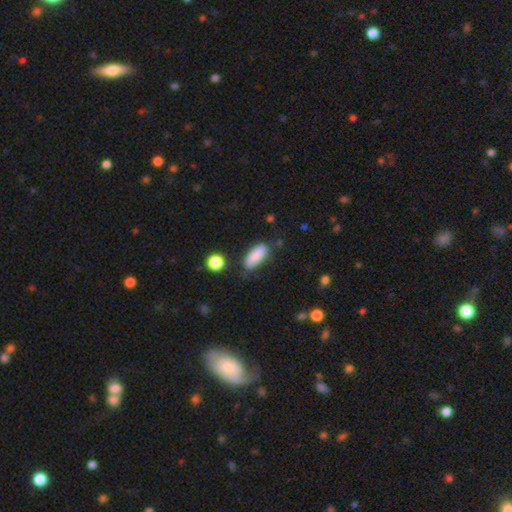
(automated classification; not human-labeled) Morphology: type=smooth (85%); roundness=in between (80%); merging=none (66%).